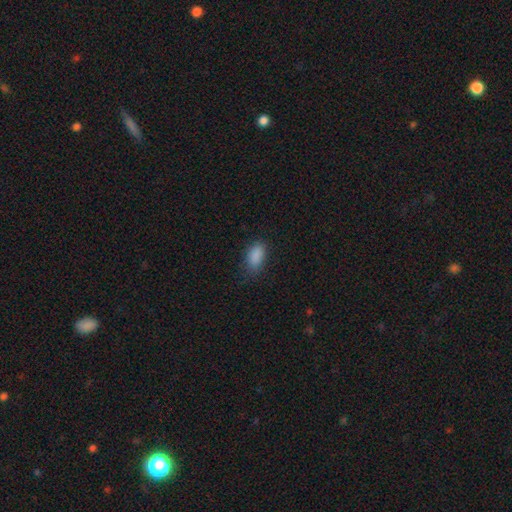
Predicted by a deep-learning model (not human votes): Q: Smooth or featured?
A: smooth (87%); runner-up: star or artifact (9%)
Q: How rounded?
A: in between (91%); runner-up: cigar-shaped (5%)
Q: Merging?
A: none (74%); runner-up: minor disturbance (19%)